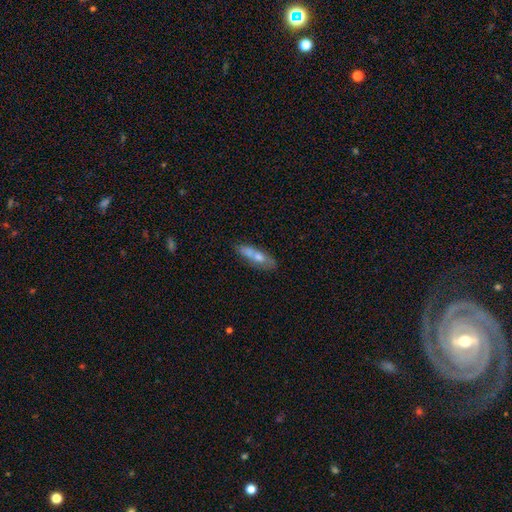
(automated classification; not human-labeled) Q: Smooth or featured?
A: smooth (58%); runner-up: featured or disk (34%)
Q: How rounded?
A: cigar-shaped (54%); runner-up: in between (43%)
Q: Merging?
A: none (57%); runner-up: minor disturbance (20%)